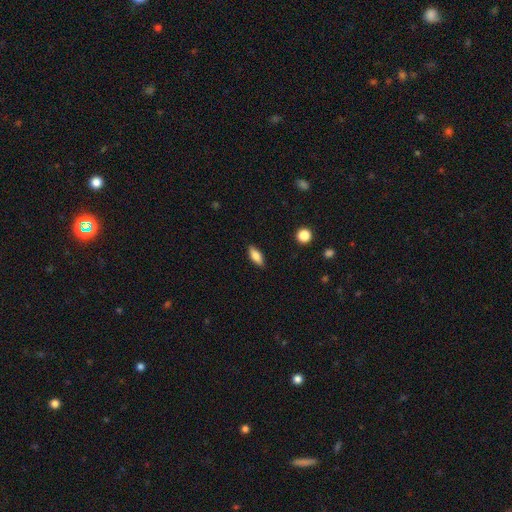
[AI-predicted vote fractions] The model was most divided on "how rounded": in between: 73%, cigar-shaped: 24%, round: 3%. More confident: merging — none (88%); smooth or featured — smooth (74%).